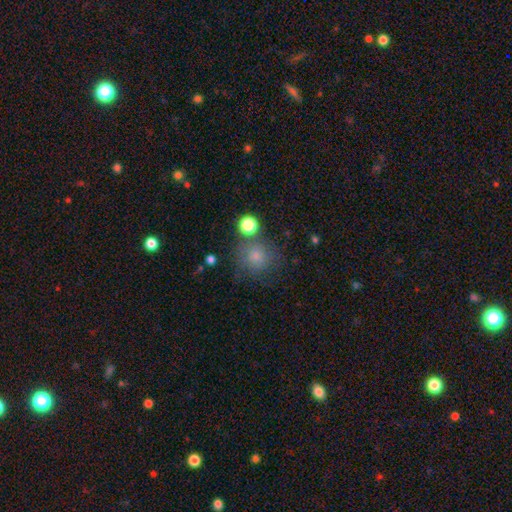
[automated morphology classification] Smooth or featured?
  - smooth: 78% *
  - star or artifact: 13%
  - featured or disk: 8%
How rounded?
  - round: 89% *
  - in between: 10%
  - cigar-shaped: 1%
Merging?
  - none: 71% *
  - minor disturbance: 13%
  - merger: 10%
  - major disturbance: 6%